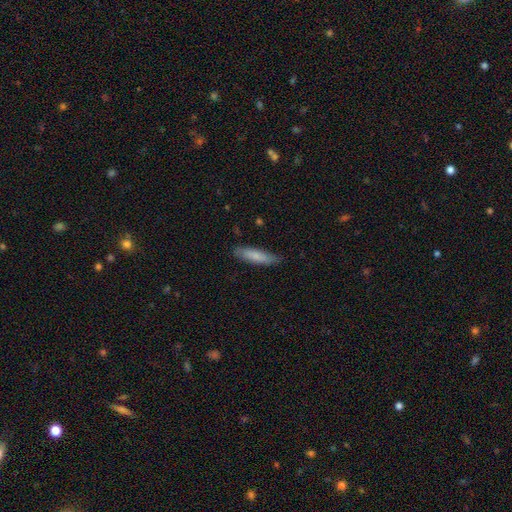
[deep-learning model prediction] Smooth or featured: smooth — 77% (featured or disk — 17%)
How rounded: cigar-shaped — 76% (in between — 23%)
Merging: none — 81% (minor disturbance — 15%)